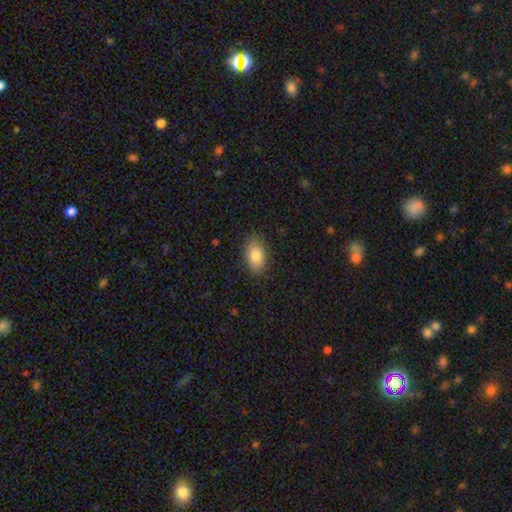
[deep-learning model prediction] smooth_or_featured: smooth (p=0.83) [alt: featured or disk p=0.10]
how_rounded: in between (p=0.93) [alt: round p=0.05]
merging: none (p=0.86) [alt: minor disturbance p=0.10]